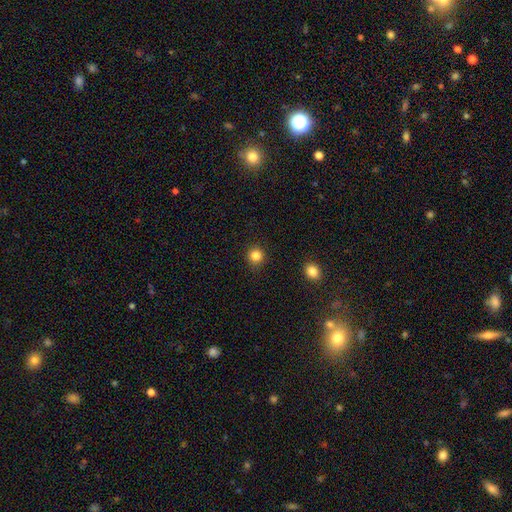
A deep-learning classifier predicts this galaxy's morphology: Smooth or featured? Predicted: smooth (p=0.84). How rounded? Predicted: round (p=0.93). Merging? Predicted: none (p=0.90).